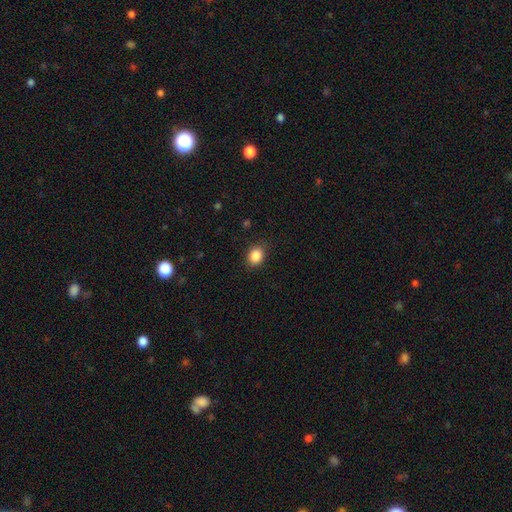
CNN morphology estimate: This appears to be a smooth galaxy with no disk features (87%) that is round (50%). Merging: none (85%).